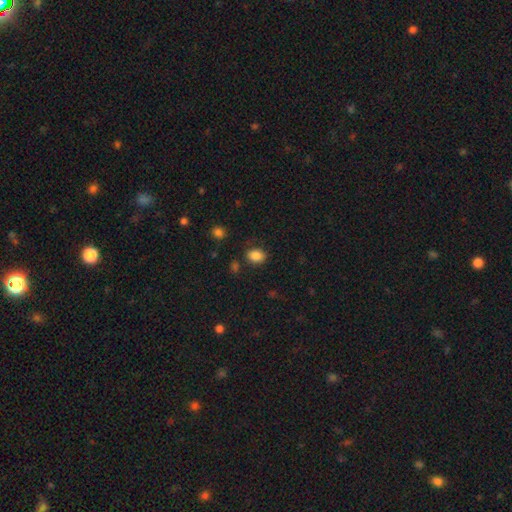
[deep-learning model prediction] smooth_or_featured: smooth (p=0.85) [alt: star or artifact p=0.10]
how_rounded: in between (p=0.63) [alt: round p=0.36]
merging: none (p=0.79) [alt: minor disturbance p=0.14]